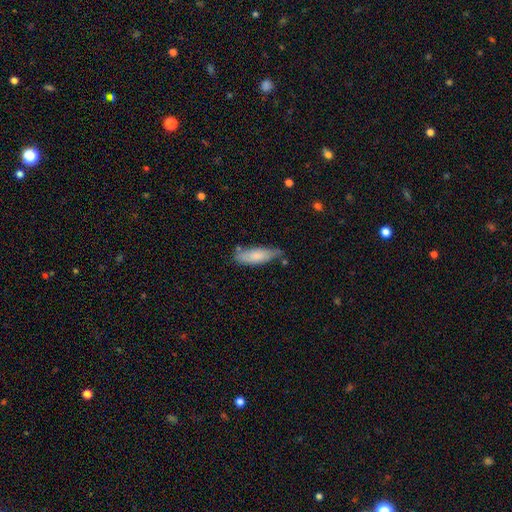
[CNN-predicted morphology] This appears to be a smooth galaxy with no disk features (76%) that is in between round and cigar-shaped (54%). Merging: none (58%).